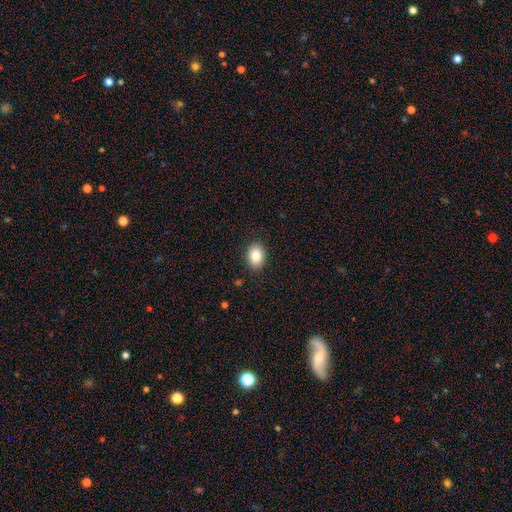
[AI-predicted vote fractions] Overall: smooth (86%). How rounded: in between (75%). Merging: none (87%).